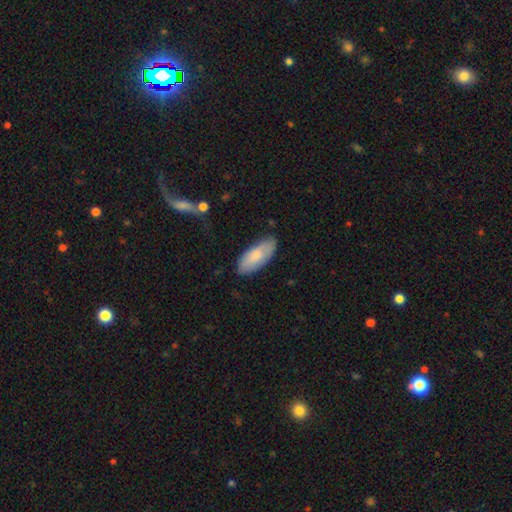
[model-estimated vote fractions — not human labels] smooth 80%, featured or disk 14%, star or artifact 6%. Down the decision tree: how rounded — in between (84%); merging — none (79%).